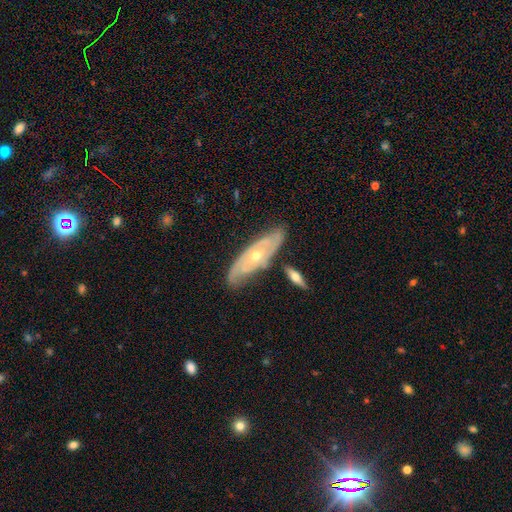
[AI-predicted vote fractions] Smooth or featured? featured or disk (78%)
Edge-on disk? no (80%)
Bar? no (71%)
Spiral arms? yes (83%)
Spiral winding? tight (62%)
Spiral arm count? 2 (45%)
Bulge size? moderate (57%)
Merging? none (71%)